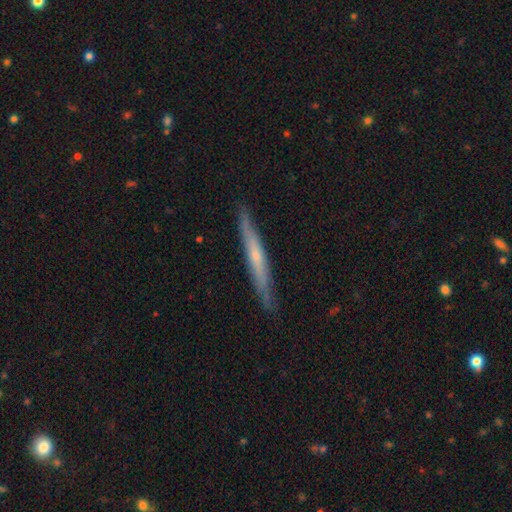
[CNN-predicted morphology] smooth-or-featured: featured or disk: 55% | smooth: 39% | star or artifact: 6%
  disk-edge-on: yes: 93% | no: 7%
    edge-on-bulge: none: 58% | rounded: 37% | boxy: 5%
  merging: none: 86% | minor disturbance: 11% | major disturbance: 2% | merger: 1%